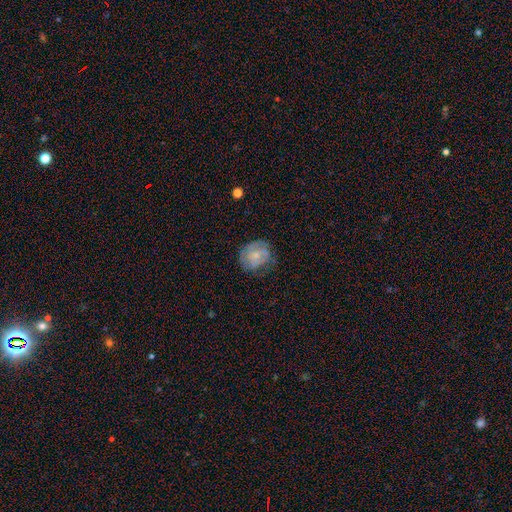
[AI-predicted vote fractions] smooth-or-featured: smooth: 56% | featured or disk: 36% | star or artifact: 7%
  how-rounded: round: 74% | in between: 25% | cigar-shaped: 1%
  merging: none: 61% | minor disturbance: 27% | major disturbance: 11% | merger: 1%